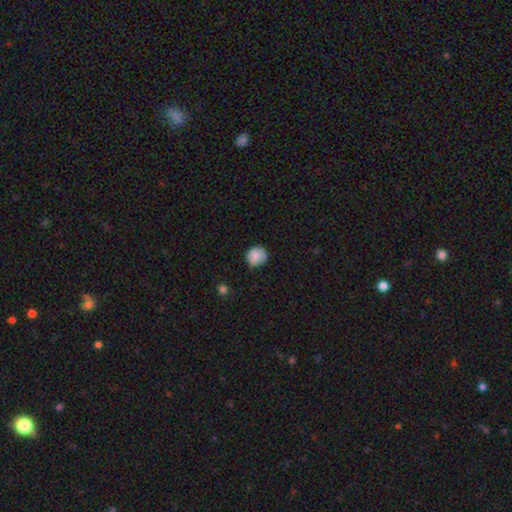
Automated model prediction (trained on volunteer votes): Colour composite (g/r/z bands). It shows a smooth galaxy with no disk features (80%) that is round (89%). Merging: none (71%).